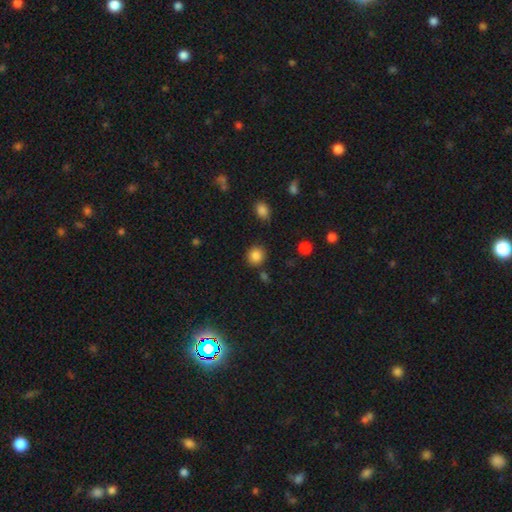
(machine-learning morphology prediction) Smooth or featured? Predicted: smooth (p=0.85). How rounded? Predicted: round (p=0.88). Merging? Predicted: none (p=0.83).